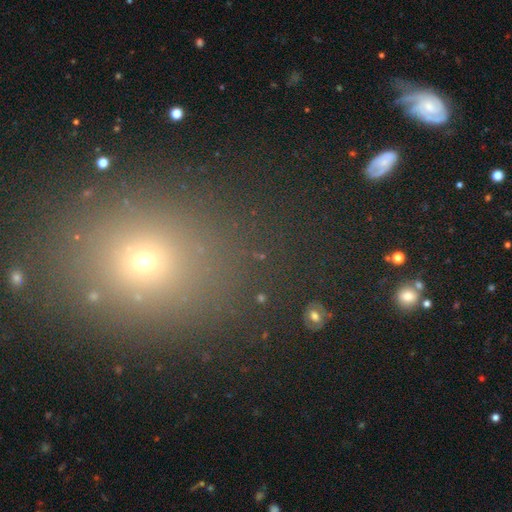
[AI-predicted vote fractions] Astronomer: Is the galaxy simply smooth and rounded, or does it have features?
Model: smooth — 57% (runner-up: star or artifact, 33%).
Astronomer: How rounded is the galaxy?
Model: round — 58% (runner-up: in between, 40%).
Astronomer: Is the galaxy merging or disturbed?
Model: none — 84%.